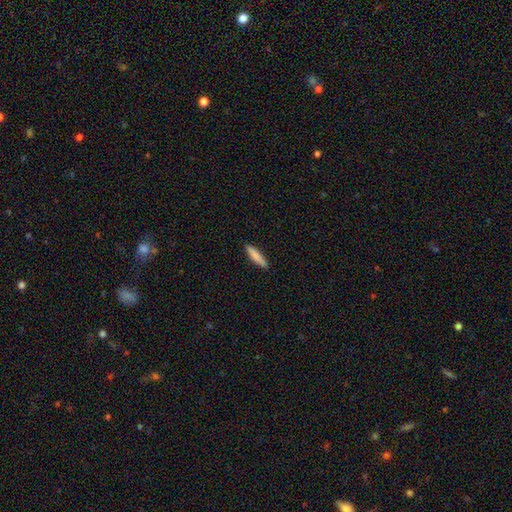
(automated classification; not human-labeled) Smooth or featured?
  - smooth: 83% *
  - featured or disk: 12%
  - star or artifact: 6%
How rounded?
  - cigar-shaped: 85% *
  - in between: 14%
  - round: 1%
Merging?
  - none: 89% *
  - minor disturbance: 8%
  - major disturbance: 2%
  - merger: 1%